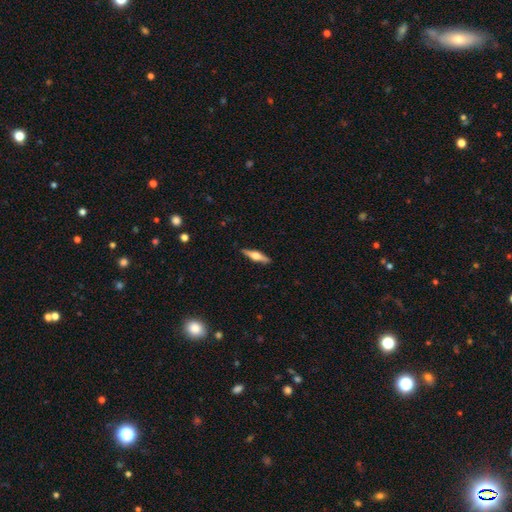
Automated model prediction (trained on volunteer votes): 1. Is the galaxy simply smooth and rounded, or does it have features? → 59% featured or disk, 35% smooth, 6% star or artifact.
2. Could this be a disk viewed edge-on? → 96% yes, 4% no.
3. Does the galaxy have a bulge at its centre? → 91% rounded, 7% boxy, 2% none.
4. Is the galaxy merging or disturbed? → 89% none, 8% minor disturbance, 2% major disturbance, 1% merger.